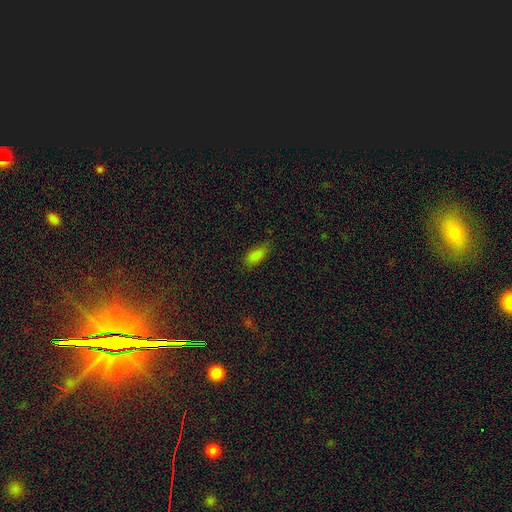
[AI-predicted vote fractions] Smooth or featured: smooth — 83% (star or artifact — 12%)
How rounded: in between — 84% (cigar-shaped — 13%)
Merging: none — 66% (minor disturbance — 26%)